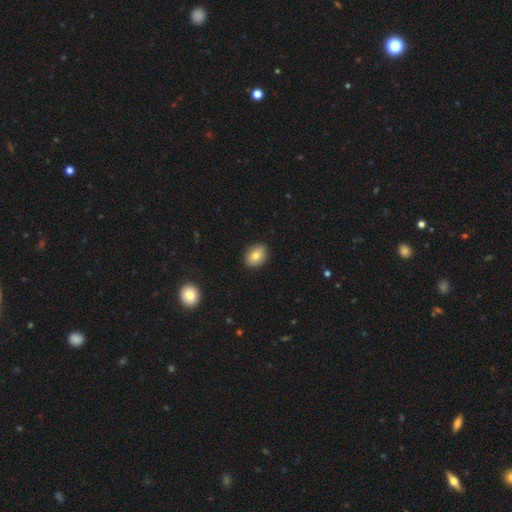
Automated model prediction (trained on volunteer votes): A smooth galaxy with no disk features (80%) that is in between round and cigar-shaped (70%).

Vote fractions:
- Smooth or featured? smooth: 80% / featured or disk: 12% / star or artifact: 9%
- How rounded? in between: 70% / round: 29% / cigar-shaped: 1%
- Merging? none: 87% / minor disturbance: 10% / major disturbance: 2% / merger: 1%